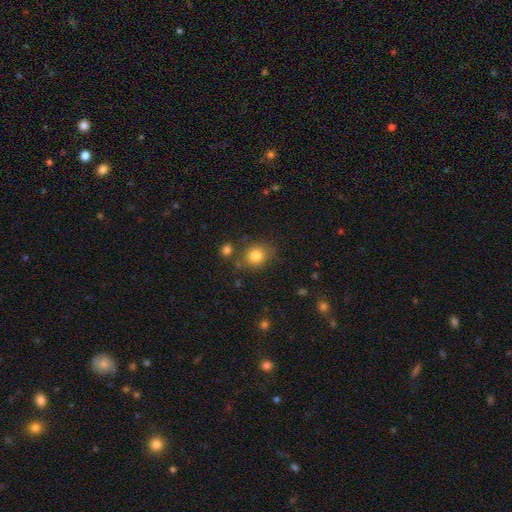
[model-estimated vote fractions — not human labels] smooth 82%, star or artifact 11%, featured or disk 7%. Down the decision tree: how rounded — round (73%); merging — none (76%).